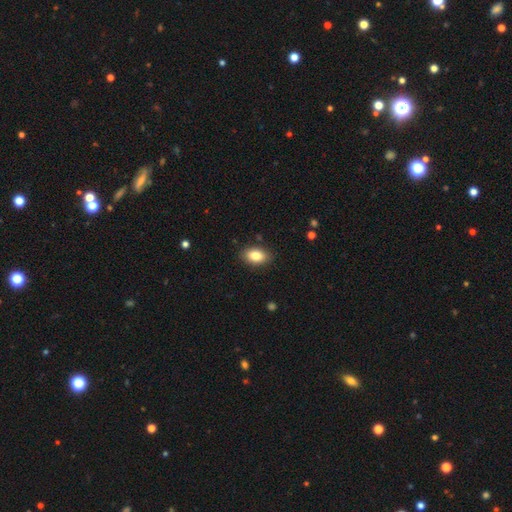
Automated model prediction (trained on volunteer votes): A smooth galaxy with no disk features (83%) that is in between round and cigar-shaped (87%).

Vote fractions:
- Smooth or featured? smooth: 83% / featured or disk: 9% / star or artifact: 8%
- How rounded? in between: 87% / round: 11% / cigar-shaped: 1%
- Merging? none: 87% / minor disturbance: 9% / major disturbance: 2% / merger: 1%